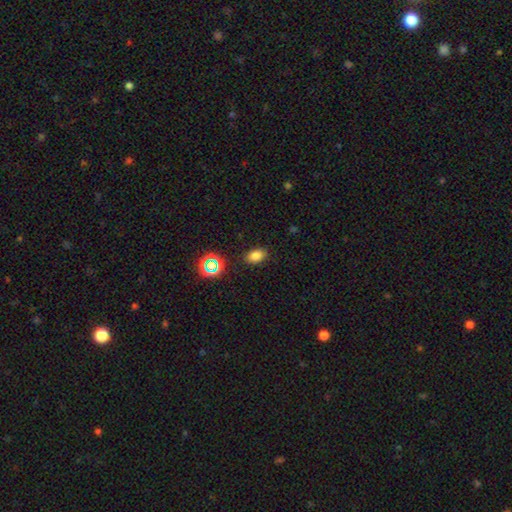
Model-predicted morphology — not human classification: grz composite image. It shows a smooth galaxy with no disk features (77%) that is in between round and cigar-shaped (80%). Merging: none (85%).